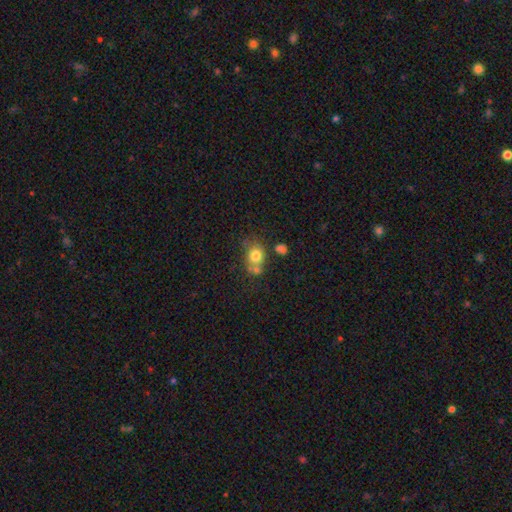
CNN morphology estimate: A smooth galaxy with no disk features (76%) that is round (60%).

Vote fractions:
- Smooth or featured? smooth: 76% / featured or disk: 13% / star or artifact: 11%
- How rounded? round: 60% / in between: 39% / cigar-shaped: 1%
- Merging? none: 50% / merger: 28% / minor disturbance: 16% / major disturbance: 6%